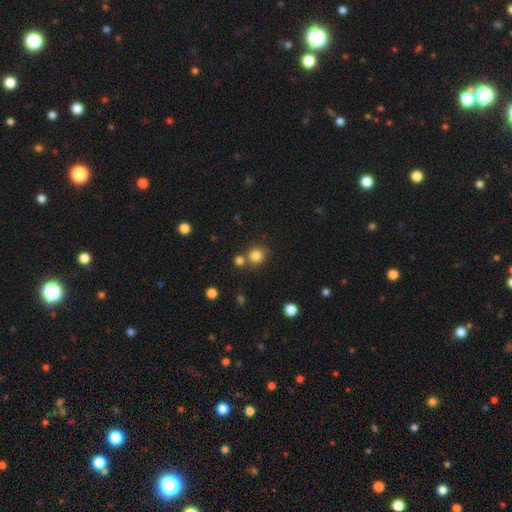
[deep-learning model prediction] smooth 83%, star or artifact 12%, featured or disk 5%. Down the decision tree: how rounded — round (87%); merging — none (69%).